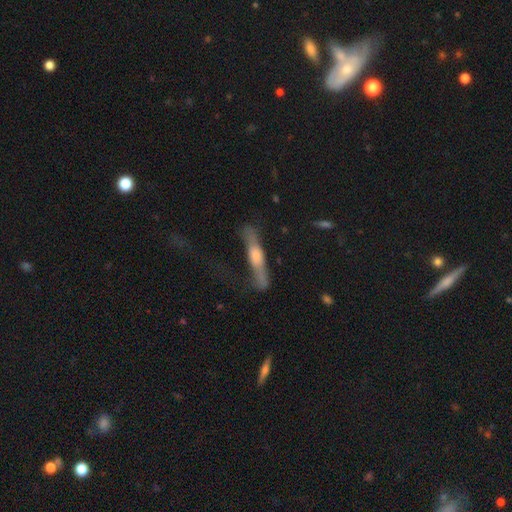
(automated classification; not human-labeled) The model was most divided on "smooth or featured": featured or disk: 59%, smooth: 33%, star or artifact: 8%. More confident: edge-on disk — yes (88%); edge-on bulge — rounded (75%); merging — none (63%).